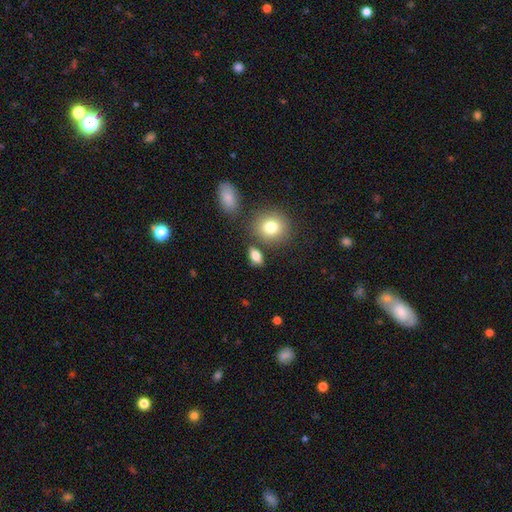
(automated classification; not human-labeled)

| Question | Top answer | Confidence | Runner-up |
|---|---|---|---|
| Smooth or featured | smooth | 81% | featured or disk (9%) |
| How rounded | in between | 78% | round (17%) |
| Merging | none | 77% | minor disturbance (11%) |